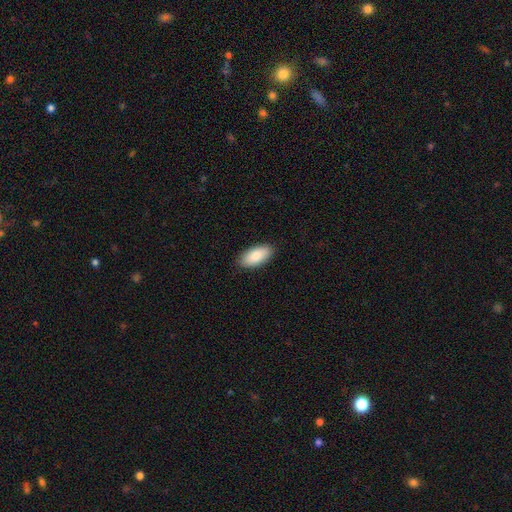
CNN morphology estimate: type=smooth (85%); roundness=in between (91%); merging=none (89%).